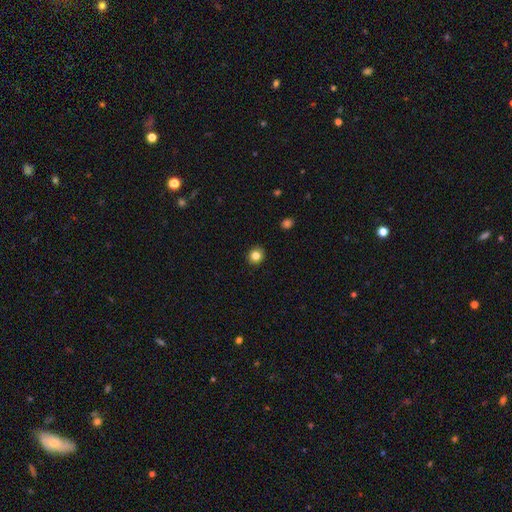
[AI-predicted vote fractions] This is clearly a smooth galaxy (83%). How rounded: clearly round (87%). Merging: clearly none (92%).